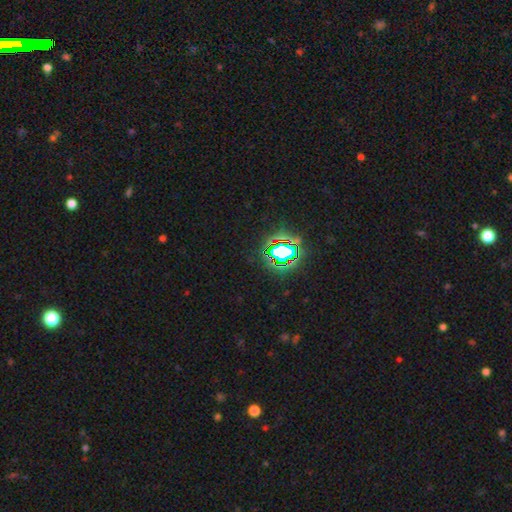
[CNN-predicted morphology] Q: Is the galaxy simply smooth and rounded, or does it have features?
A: star or artifact — 80%.